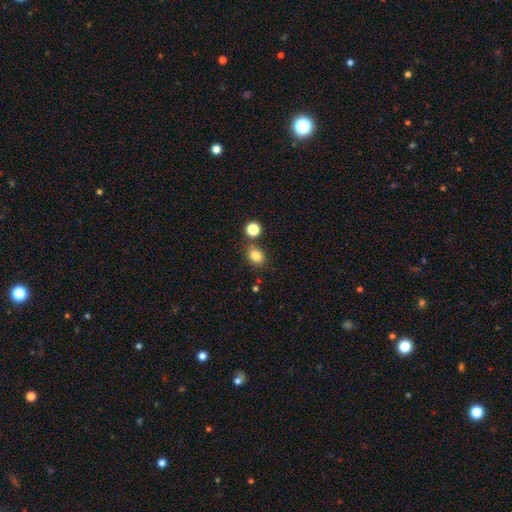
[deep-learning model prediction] This is clearly a smooth galaxy (82%). How rounded: possibly round (55%). Merging: likely none (75%).